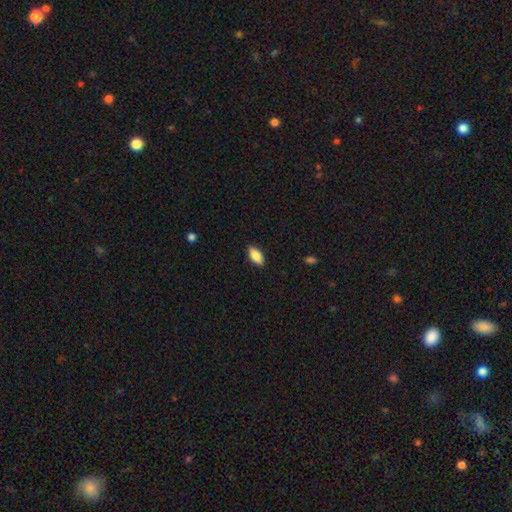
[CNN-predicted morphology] This appears to be a smooth galaxy with no disk features (83%) that is in between round and cigar-shaped (86%). Merging: none (88%).